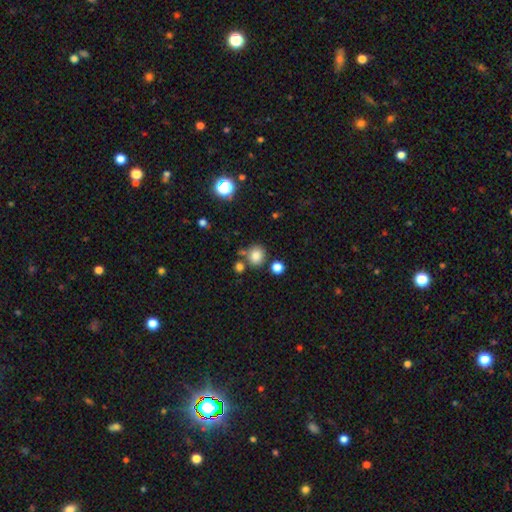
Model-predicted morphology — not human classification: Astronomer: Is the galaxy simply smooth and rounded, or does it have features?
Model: smooth — 81%.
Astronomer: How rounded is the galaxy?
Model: round — 80%.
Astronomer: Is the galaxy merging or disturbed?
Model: none — 71%.